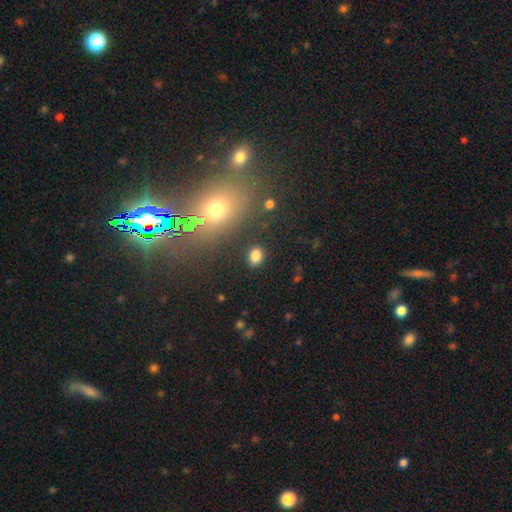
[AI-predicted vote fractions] smooth_or_featured: smooth (p=0.83) [alt: star or artifact p=0.12]
how_rounded: in between (p=0.55) [alt: round p=0.44]
merging: none (p=0.87) [alt: minor disturbance p=0.08]